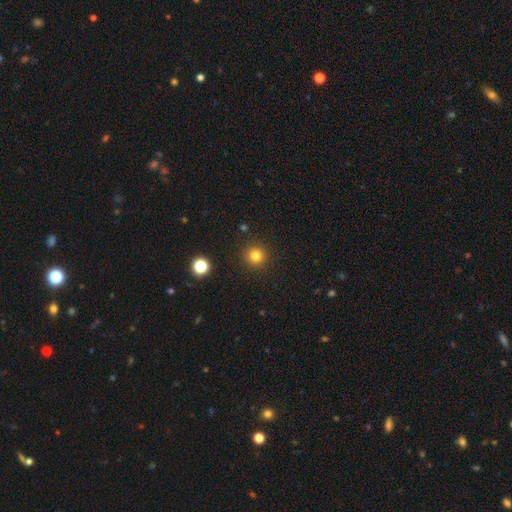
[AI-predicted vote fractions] This appears to be a smooth galaxy with no disk features (80%) that is round (95%). Merging: none (91%).